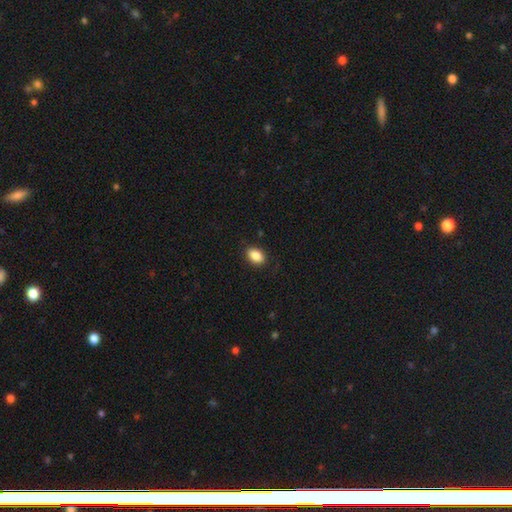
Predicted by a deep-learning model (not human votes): This appears to be a smooth galaxy with no disk features (88%) that is in between round and cigar-shaped (83%). Merging: none (86%).